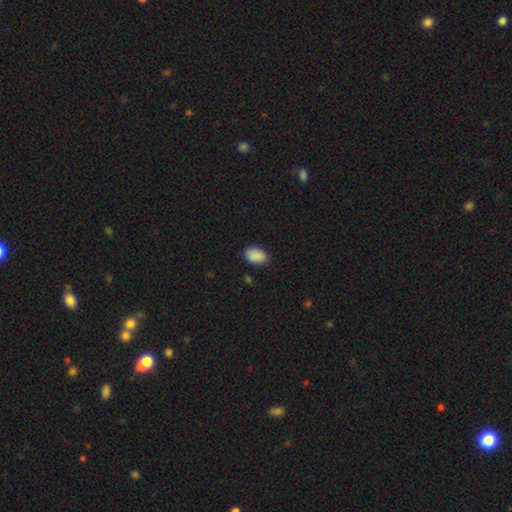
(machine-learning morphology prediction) smooth-or-featured: smooth: 89% | star or artifact: 8% | featured or disk: 3%
  how-rounded: in between: 87% | round: 12% | cigar-shaped: 1%
  merging: none: 81% | minor disturbance: 15% | major disturbance: 3% | merger: 1%